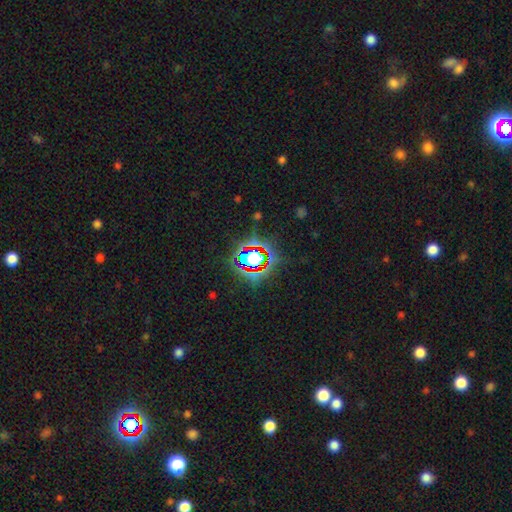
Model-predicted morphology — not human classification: Smooth or featured?
  - star or artifact: 69% *
  - smooth: 19%
  - featured or disk: 12%